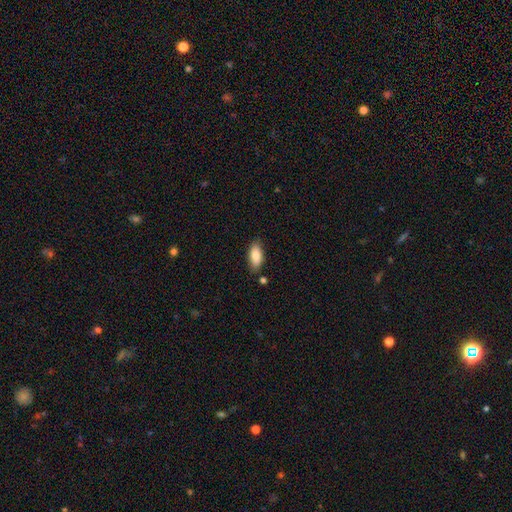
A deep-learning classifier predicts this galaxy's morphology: Smooth or featured?
  - smooth: 85% *
  - featured or disk: 8%
  - star or artifact: 6%
How rounded?
  - in between: 88% *
  - cigar-shaped: 10%
  - round: 2%
Merging?
  - none: 82% *
  - minor disturbance: 12%
  - merger: 3%
  - major disturbance: 2%